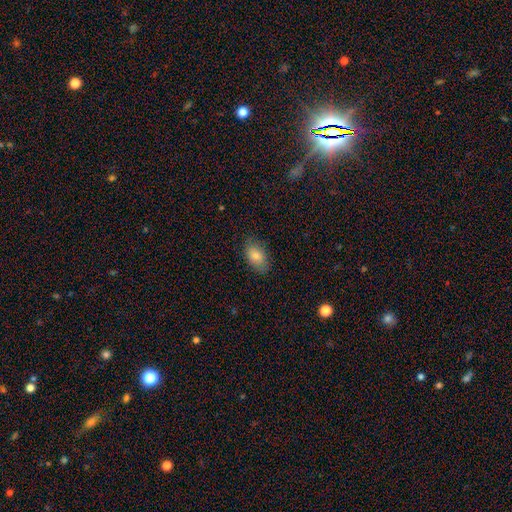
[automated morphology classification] smooth-or-featured: smooth: 81% | featured or disk: 12% | star or artifact: 8%
  how-rounded: in between: 91% | round: 7% | cigar-shaped: 2%
  merging: none: 81% | minor disturbance: 15% | major disturbance: 3% | merger: 1%